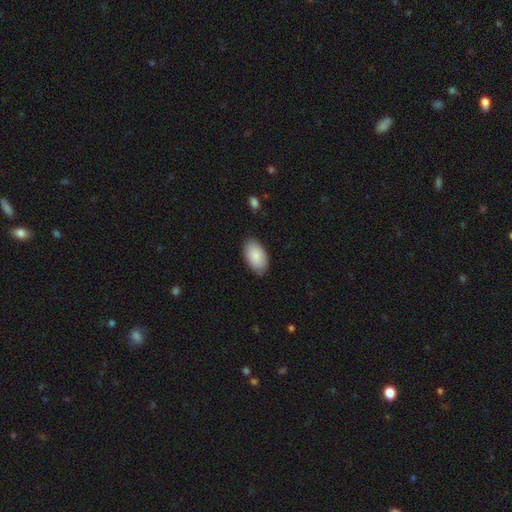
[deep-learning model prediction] Smooth or featured? Predicted: smooth (p=0.87). How rounded? Predicted: in between (p=0.95). Merging? Predicted: none (p=0.83).